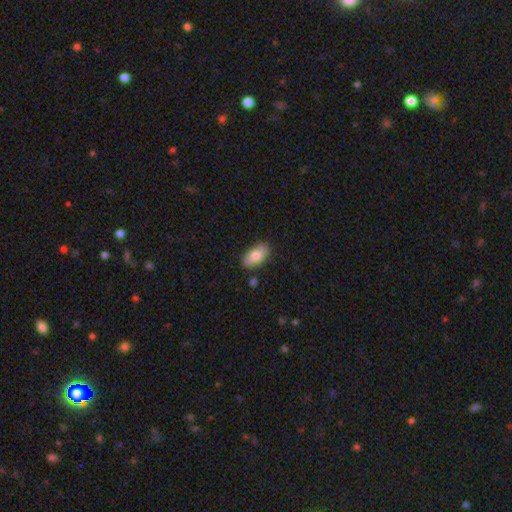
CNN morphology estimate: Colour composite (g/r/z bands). It shows a smooth galaxy with no disk features (77%) that is in between round and cigar-shaped (93%). Merging: none (83%).